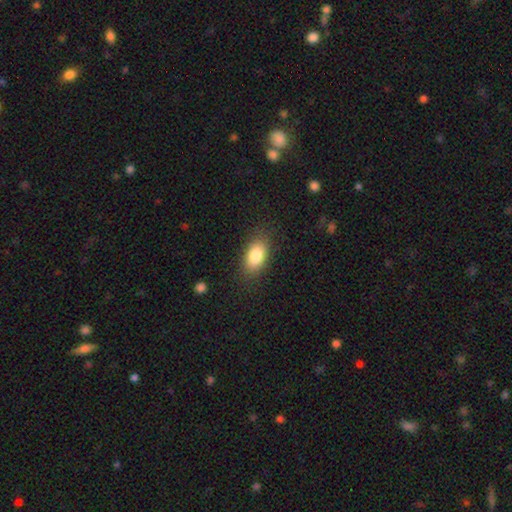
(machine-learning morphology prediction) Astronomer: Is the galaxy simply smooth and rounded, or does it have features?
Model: smooth — 84%.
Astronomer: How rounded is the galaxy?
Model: in between — 90%.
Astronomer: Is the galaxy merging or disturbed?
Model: none — 83%.